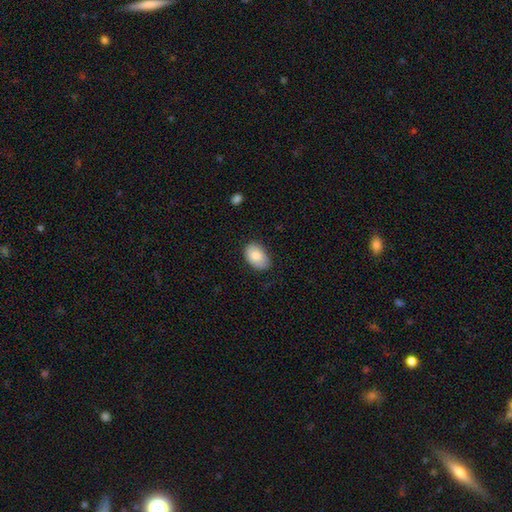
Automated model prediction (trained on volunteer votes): smooth 84%, featured or disk 9%, star or artifact 6%. Down the decision tree: how rounded — in between (89%); merging — none (75%).